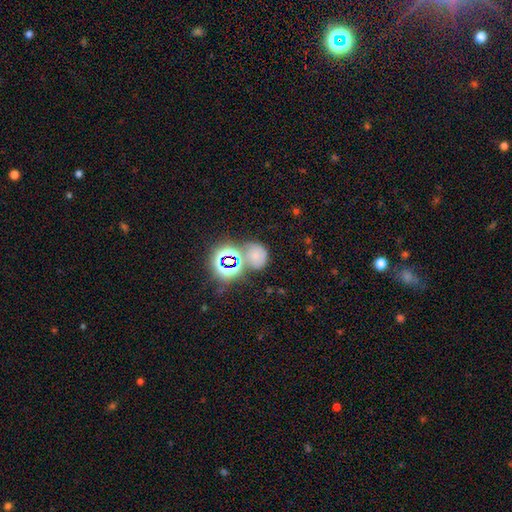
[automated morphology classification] A smooth galaxy with no disk features (53%) that is round (67%).

Vote fractions:
- Smooth or featured? smooth: 53% / star or artifact: 33% / featured or disk: 14%
- How rounded? round: 67% / in between: 32% / cigar-shaped: 1%
- Merging? none: 52% / merger: 23% / minor disturbance: 16% / major disturbance: 9%